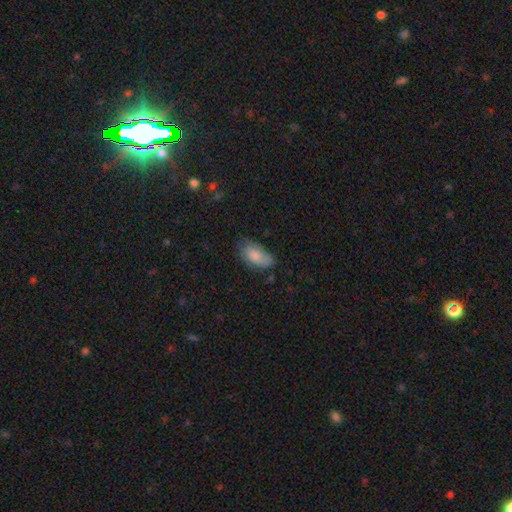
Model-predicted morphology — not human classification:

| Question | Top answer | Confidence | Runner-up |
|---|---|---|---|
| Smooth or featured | smooth | 79% | featured or disk (14%) |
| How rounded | in between | 93% | cigar-shaped (4%) |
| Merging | none | 63% | minor disturbance (29%) |